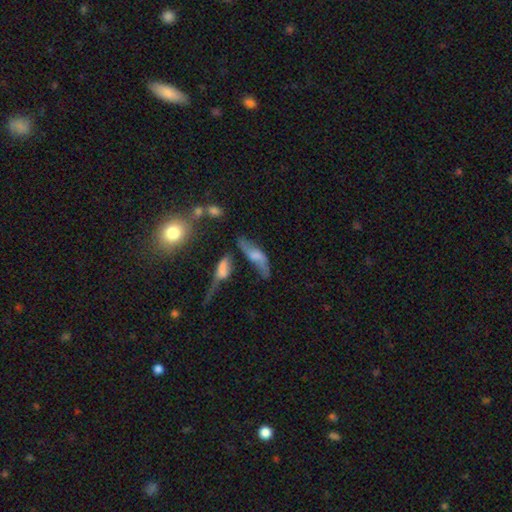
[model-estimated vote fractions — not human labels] A featured or disk galaxy (51%).

Vote fractions:
- Smooth or featured? featured or disk: 51% / smooth: 39% / star or artifact: 10%
- Edge-on disk? no: 70% / yes: 30%
- Merging? none: 34% / merger: 24% / major disturbance: 21% / minor disturbance: 21%